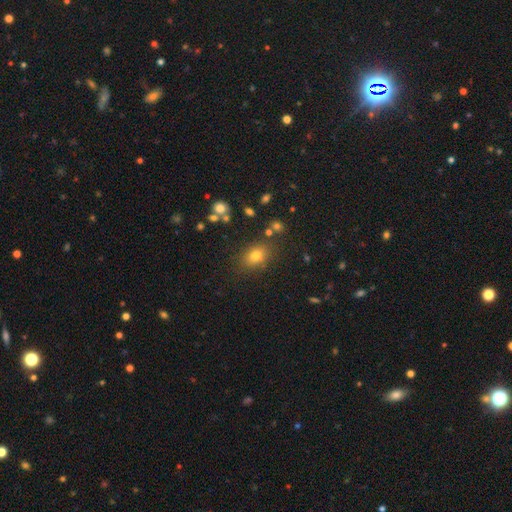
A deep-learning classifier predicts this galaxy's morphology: This is likely a smooth galaxy (75%). How rounded: likely in between (72%). Merging: likely none (79%).